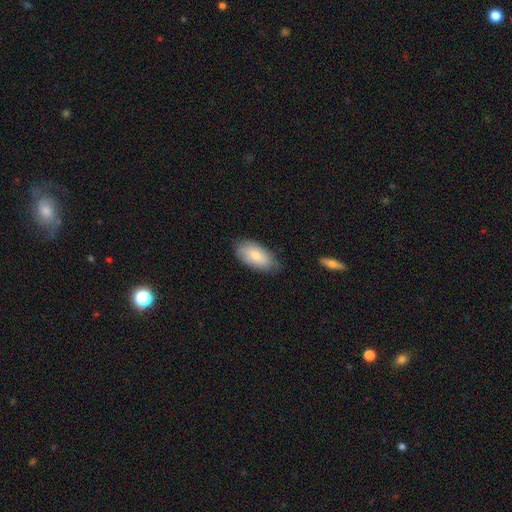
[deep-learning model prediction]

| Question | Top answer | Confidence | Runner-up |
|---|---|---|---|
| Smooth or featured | smooth | 81% | featured or disk (13%) |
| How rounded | in between | 93% | cigar-shaped (5%) |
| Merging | none | 73% | minor disturbance (22%) |